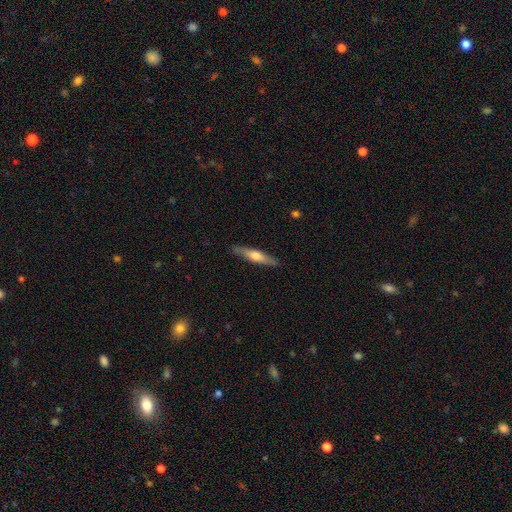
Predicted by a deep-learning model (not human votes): Smooth or featured?
  - featured or disk: 50% *
  - smooth: 45%
  - star or artifact: 5%
Edge-on disk?
  - yes: 93% *
  - no: 7%
Merging?
  - none: 88% *
  - minor disturbance: 9%
  - major disturbance: 2%
  - merger: 1%